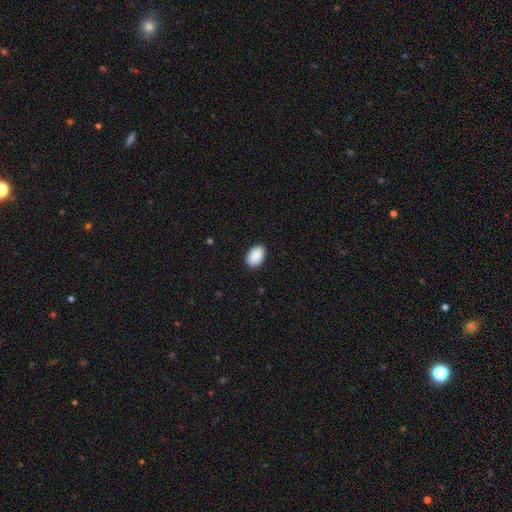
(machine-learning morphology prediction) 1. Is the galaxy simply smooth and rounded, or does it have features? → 91% smooth, 6% star or artifact, 2% featured or disk.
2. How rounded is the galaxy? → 90% in between, 9% round, 1% cigar-shaped.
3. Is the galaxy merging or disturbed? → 90% none, 8% minor disturbance, 2% major disturbance, 1% merger.